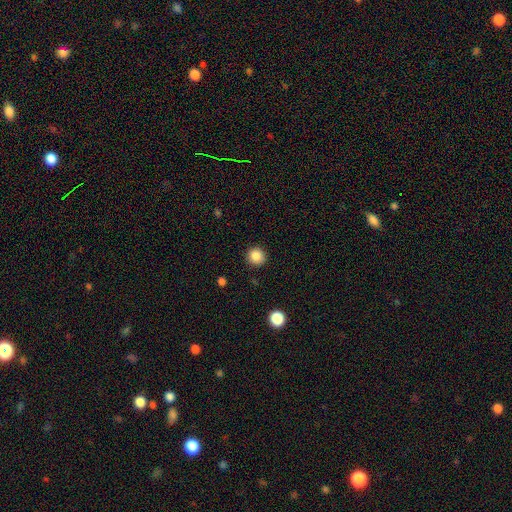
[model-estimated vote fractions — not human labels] Overall: smooth (86%). How rounded: round (93%). Merging: none (91%).